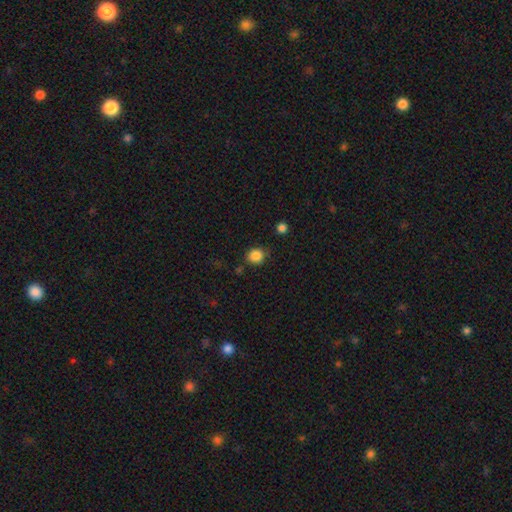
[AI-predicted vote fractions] smooth-or-featured: smooth: 86% | star or artifact: 10% | featured or disk: 4%
  how-rounded: round: 83% | in between: 16% | cigar-shaped: 1%
  merging: none: 80% | minor disturbance: 12% | merger: 4% | major disturbance: 3%